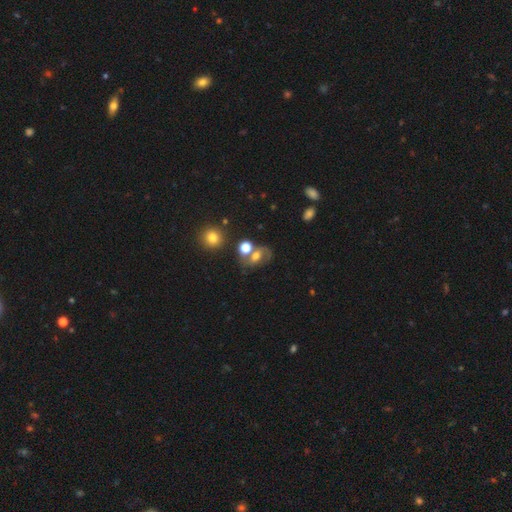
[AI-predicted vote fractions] smooth-or-featured: smooth: 43% | featured or disk: 42% | star or artifact: 15%
  merging: none: 46% | merger: 26% | minor disturbance: 16% | major disturbance: 11%